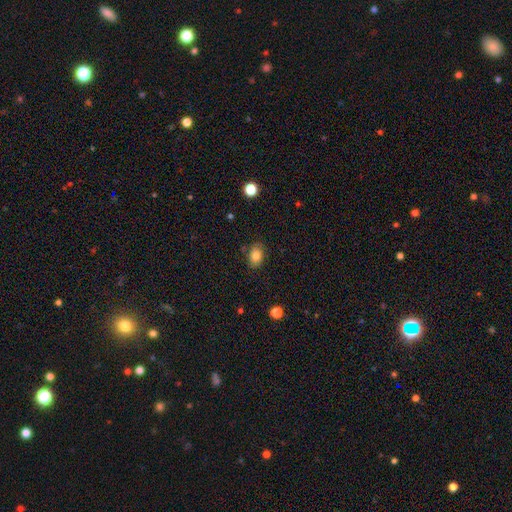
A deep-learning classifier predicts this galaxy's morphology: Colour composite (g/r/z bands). It shows a smooth galaxy with no disk features (82%) that is in between round and cigar-shaped (81%). Merging: none (81%).